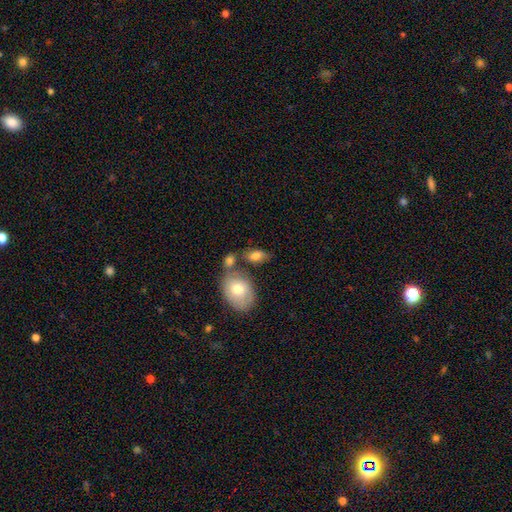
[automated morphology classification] A smooth galaxy with no disk features (76%) that is in between round and cigar-shaped (87%). Merging: none (51%).